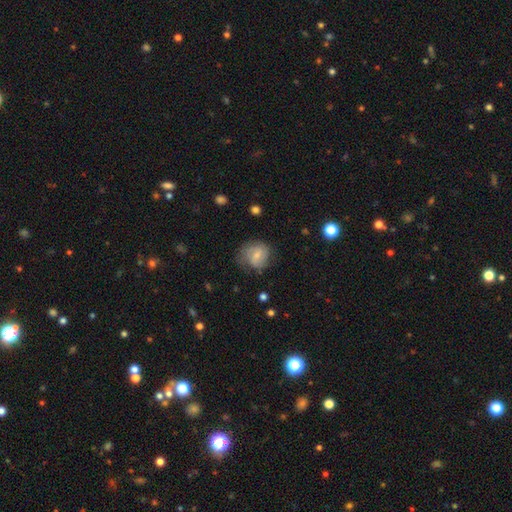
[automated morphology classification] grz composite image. It shows a smooth galaxy with no disk features (49%). Merging: none (62%).